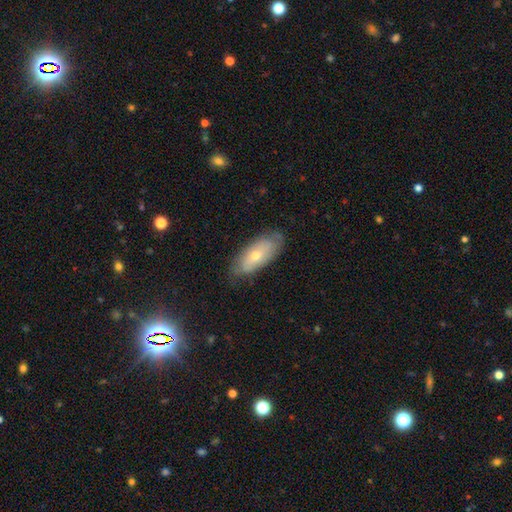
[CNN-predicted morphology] A smooth galaxy with no disk features (55%) that is in between round and cigar-shaped (81%). Merging: none (76%).